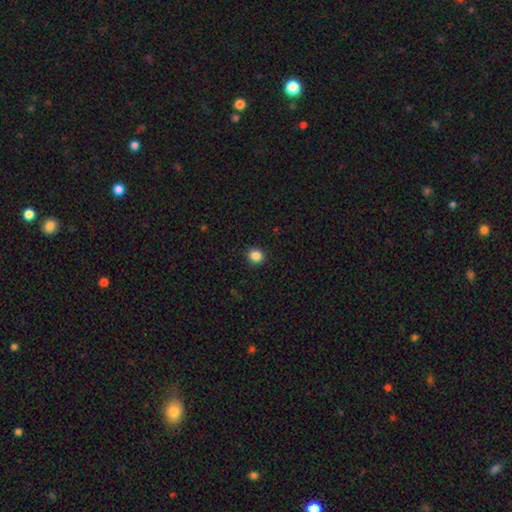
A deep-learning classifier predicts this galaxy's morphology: This is clearly a smooth galaxy (86%). How rounded: clearly round (82%). Merging: clearly none (92%).